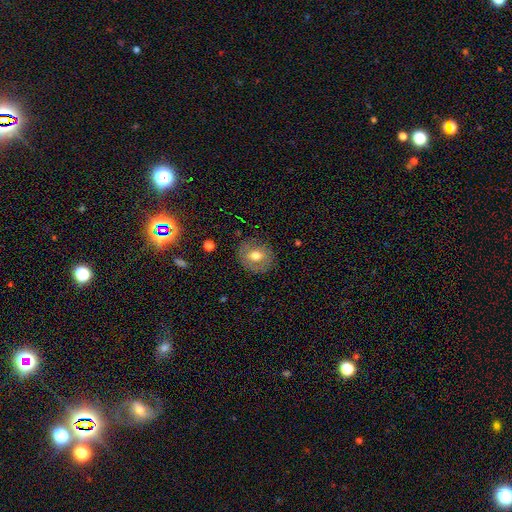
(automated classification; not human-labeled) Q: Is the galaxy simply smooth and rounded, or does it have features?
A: smooth — 60%.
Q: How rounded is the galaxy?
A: round — 72%.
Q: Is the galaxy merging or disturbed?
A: none — 79%.